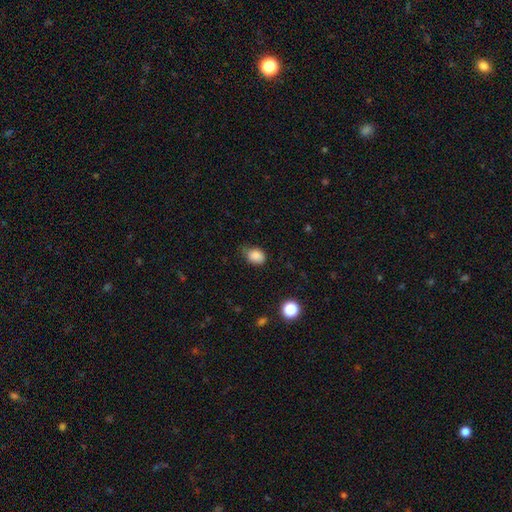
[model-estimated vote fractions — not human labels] Morphology: type=smooth (85%); roundness=in between (63%); merging=none (55%).